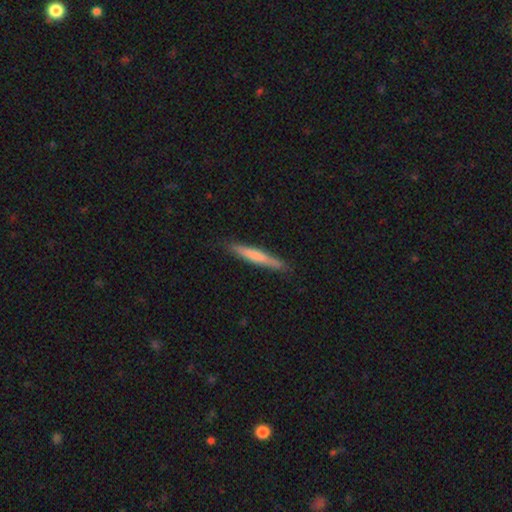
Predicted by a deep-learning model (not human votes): A smooth galaxy with no disk features (66%) that is cigar-shaped (95%). Merging: none (88%).